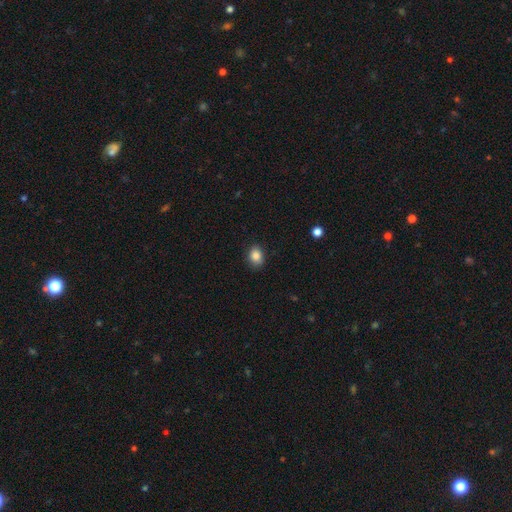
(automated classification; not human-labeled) This is clearly a smooth galaxy (86%). How rounded: possibly in between (56%). Merging: clearly none (84%).